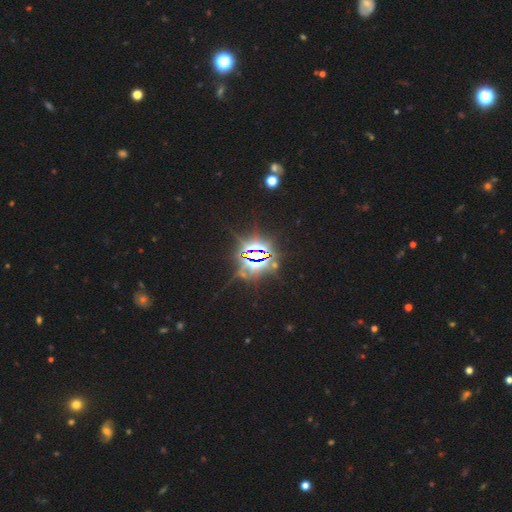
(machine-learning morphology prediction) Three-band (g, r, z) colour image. It shows a star or artifact, not a galaxy (85%).